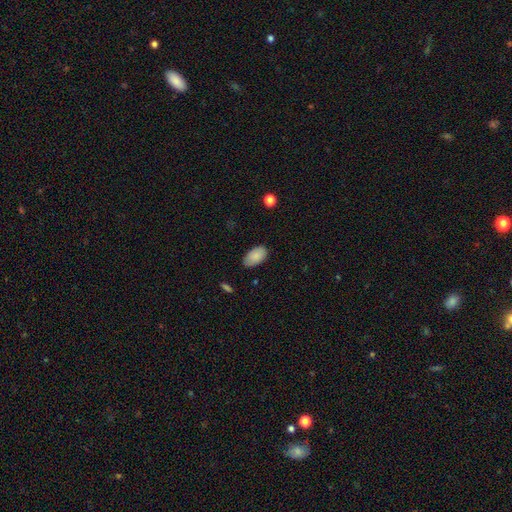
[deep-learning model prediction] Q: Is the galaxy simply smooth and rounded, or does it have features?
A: smooth — 86%.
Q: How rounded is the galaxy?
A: in between — 95%.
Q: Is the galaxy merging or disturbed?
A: none — 82%.